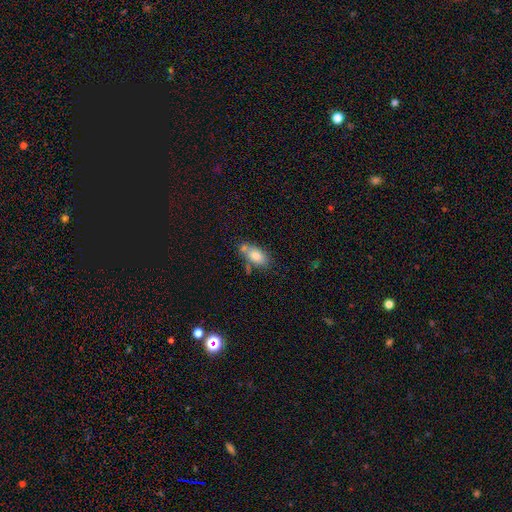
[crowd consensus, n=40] smooth_or_featured: smooth (p=0.82) [alt: featured or disk p=0.10]
how_rounded: in between (p=0.94) [alt: round p=0.03]
merging: none (p=0.65) [alt: minor disturbance p=0.19]